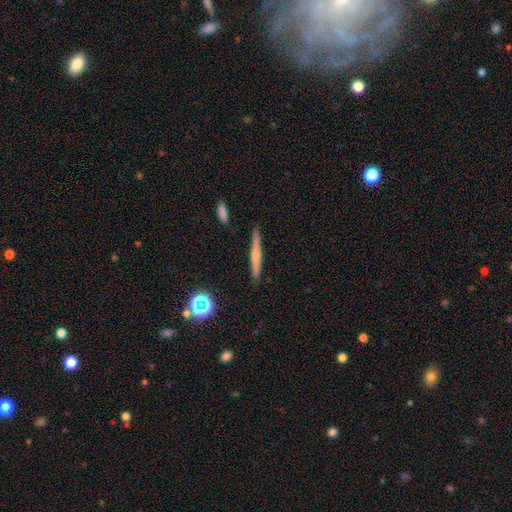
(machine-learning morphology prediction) smooth 48%, featured or disk 43%, star or artifact 9%. Down the decision tree: merging — none (89%).